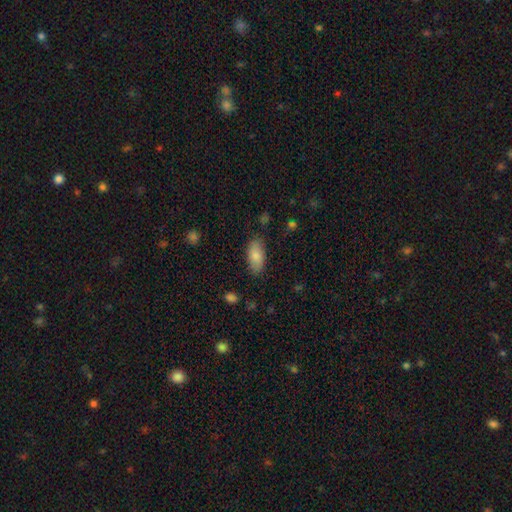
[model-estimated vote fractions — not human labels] A smooth galaxy with no disk features (84%) that is in between round and cigar-shaped (91%). Merging: none (82%).